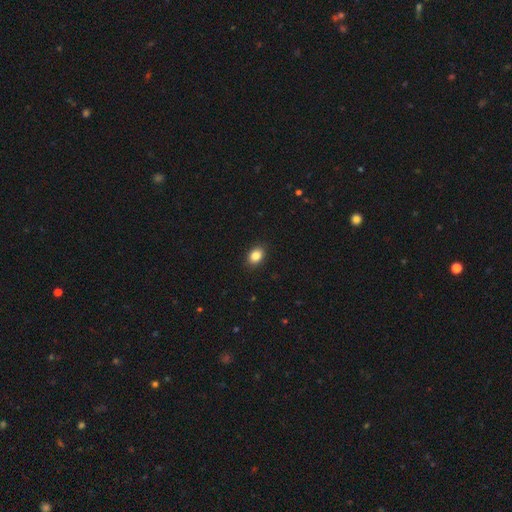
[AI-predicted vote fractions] Q: Smooth or featured?
A: smooth (86%); runner-up: star or artifact (9%)
Q: How rounded?
A: in between (72%); runner-up: round (27%)
Q: Merging?
A: none (90%); runner-up: minor disturbance (8%)